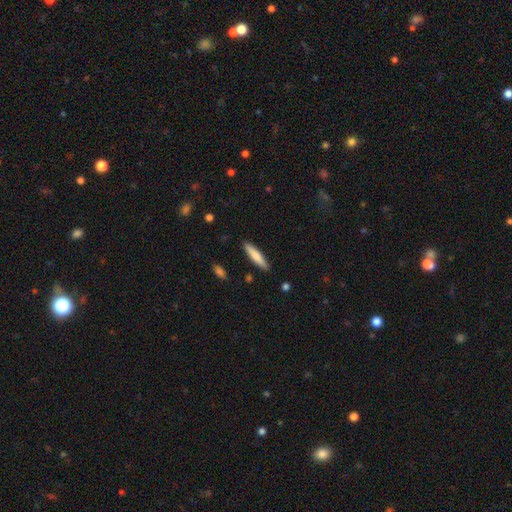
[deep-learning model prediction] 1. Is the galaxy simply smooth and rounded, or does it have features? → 73% smooth, 22% featured or disk, 5% star or artifact.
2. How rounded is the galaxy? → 85% cigar-shaped, 14% in between, 1% round.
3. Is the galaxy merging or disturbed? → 89% none, 7% minor disturbance, 2% major disturbance, 1% merger.